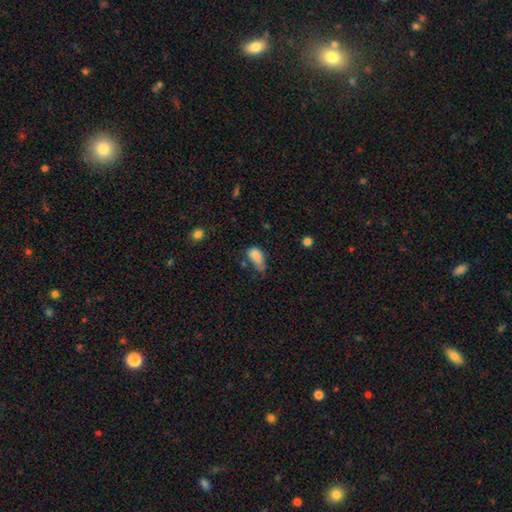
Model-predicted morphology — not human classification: Overall: smooth (81%). How rounded: in between (89%). Merging: minor disturbance (40%; none 28%).